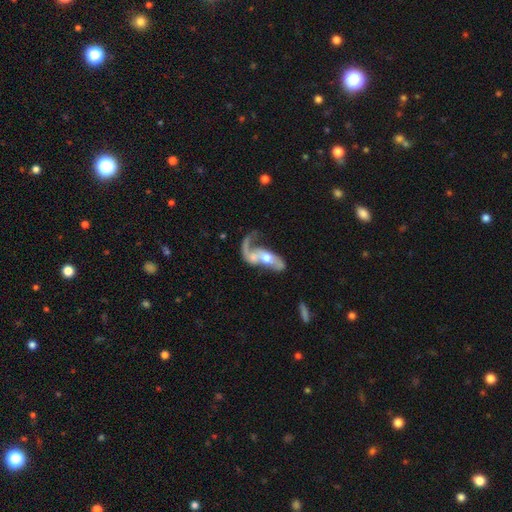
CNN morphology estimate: Smooth or featured? Predicted: featured or disk (p=0.73). Edge-on disk? Predicted: no (p=0.91). Bar? Predicted: no (p=0.63). Spiral arms? Predicted: yes (p=0.76). Spiral winding? Predicted: loose (p=0.74). Spiral arm count? Predicted: 1 (p=0.49). Bulge size? Predicted: moderate (p=0.66). Merging? Predicted: merger (p=0.37).